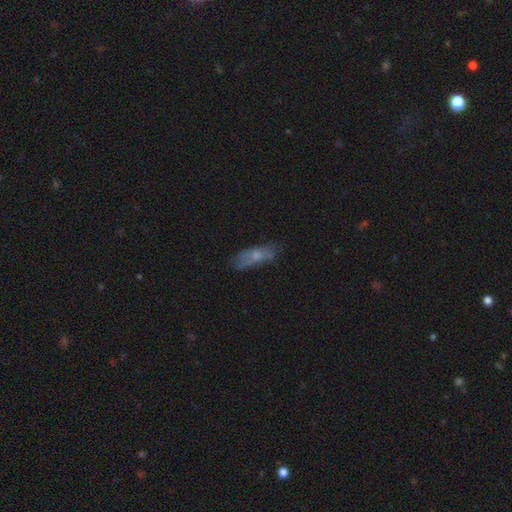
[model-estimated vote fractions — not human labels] This appears to be a smooth galaxy with no disk features (57%) that is in between round and cigar-shaped (54%). Merging: none (61%).